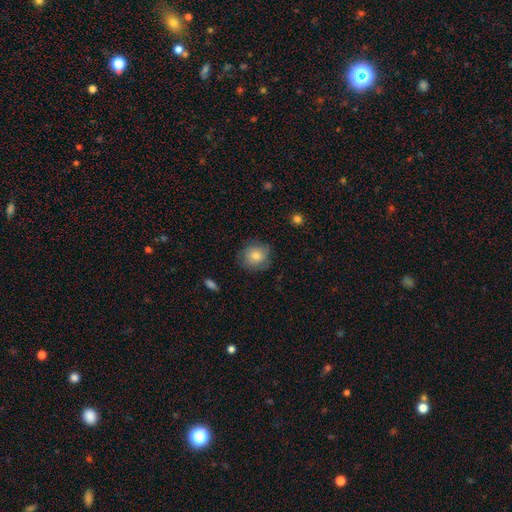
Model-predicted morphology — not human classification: smooth 74%, featured or disk 16%, star or artifact 10%. Down the decision tree: how rounded — round (88%); merging — none (80%).